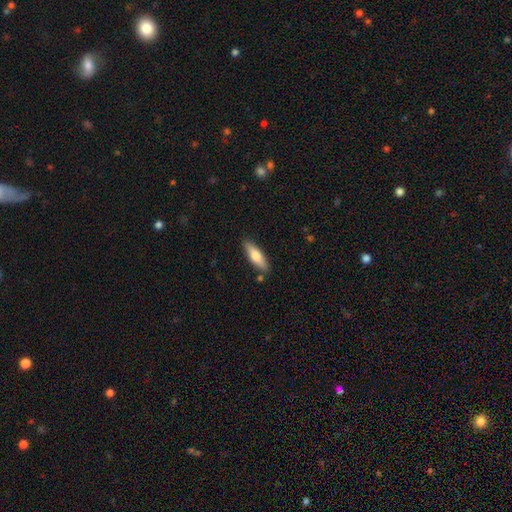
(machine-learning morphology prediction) This is likely a smooth galaxy (65%). How rounded: possibly cigar-shaped (54%). Merging: clearly none (84%).